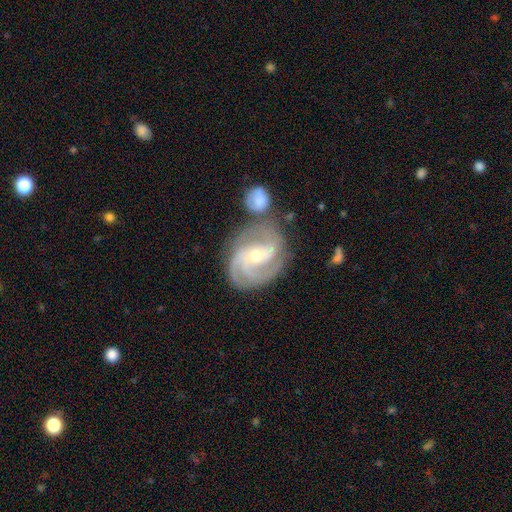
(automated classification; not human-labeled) This appears to be a featured or disk galaxy (89%) with no bar (42%), 3 (47%) tight (50%) spiral arms (98%) and a small central bulge (51%). Merging: none (61%).